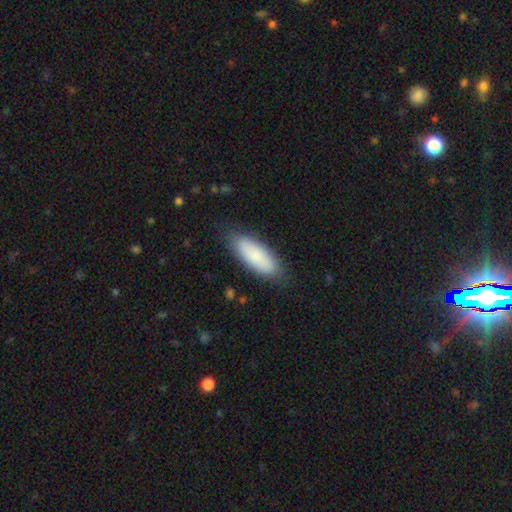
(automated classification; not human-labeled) The model was most divided on "how rounded": in between: 72%, cigar-shaped: 26%, round: 2%. More confident: smooth or featured — smooth (83%); merging — none (82%).